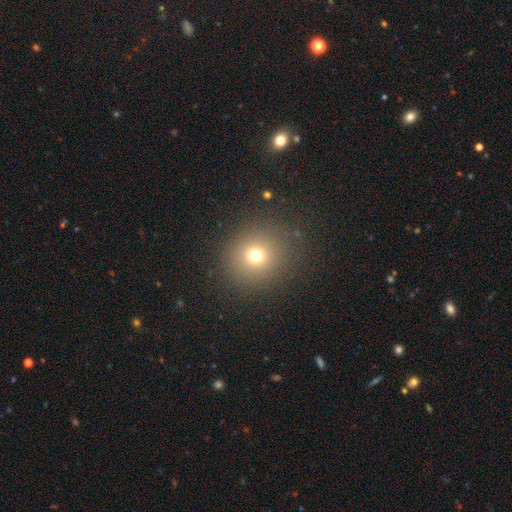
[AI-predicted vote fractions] Morphology: type=smooth (70%); roundness=round (89%); merging=none (87%).